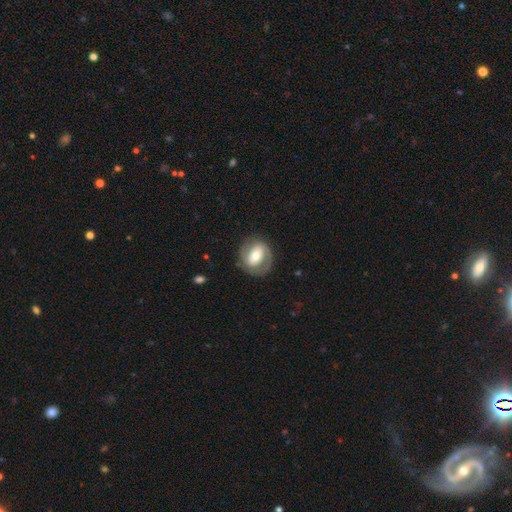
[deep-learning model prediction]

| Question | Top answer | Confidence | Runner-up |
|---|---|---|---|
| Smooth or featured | featured or disk | 63% | smooth (31%) |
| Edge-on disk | no | 96% | yes (4%) |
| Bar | strong | 36% | tied: weak (36%) |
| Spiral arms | yes | 69% | no (31%) |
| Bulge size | moderate | 59% | small (23%) |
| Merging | none | 77% | minor disturbance (14%) |